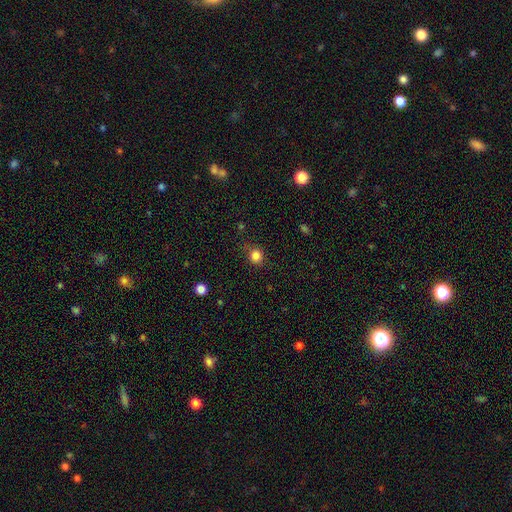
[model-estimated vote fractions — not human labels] Q: Smooth or featured?
A: smooth (83%); runner-up: star or artifact (12%)
Q: How rounded?
A: round (83%); runner-up: in between (16%)
Q: Merging?
A: none (79%); runner-up: minor disturbance (15%)